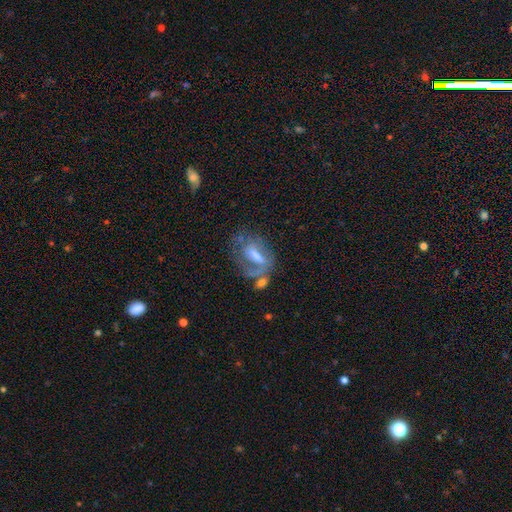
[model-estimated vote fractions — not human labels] Smooth or featured?
  - featured or disk: 58% *
  - smooth: 30%
  - star or artifact: 12%
Edge-on disk?
  - no: 90% *
  - yes: 10%
Bar?
  - weak: 40% *
  - strong: 30%
  - no: 30%
Spiral arms?
  - yes: 51% *
  - no: 49%
Bulge size?
  - moderate: 44% *
  - small: 26%
  - none: 15%
  - large: 13%
  - dominant: 2%
Merging?
  - none: 42% *
  - minor disturbance: 21%
  - major disturbance: 21%
  - merger: 16%